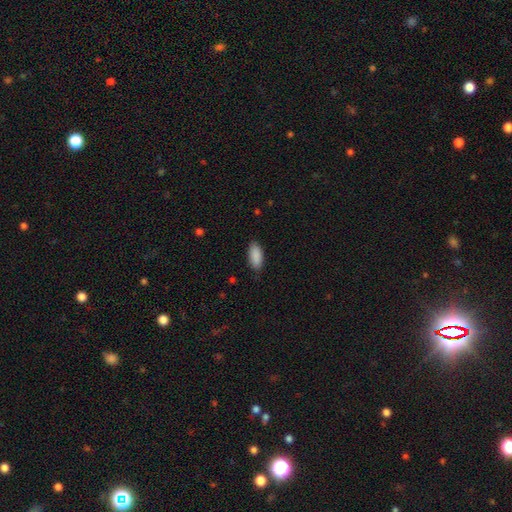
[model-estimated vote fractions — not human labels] Smooth or featured?
  - smooth: 90% *
  - star or artifact: 6%
  - featured or disk: 4%
How rounded?
  - in between: 89% *
  - cigar-shaped: 10%
  - round: 2%
Merging?
  - none: 84% *
  - minor disturbance: 12%
  - major disturbance: 2%
  - merger: 1%